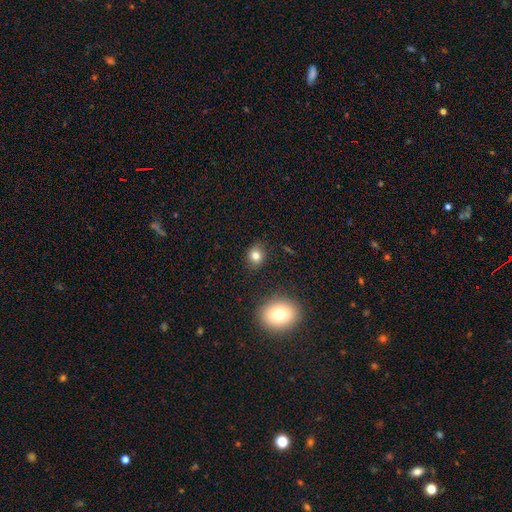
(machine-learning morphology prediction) smooth_or_featured: smooth (p=0.80) [alt: star or artifact p=0.13]
how_rounded: round (p=0.73) [alt: in between p=0.26]
merging: none (p=0.87) [alt: minor disturbance p=0.09]